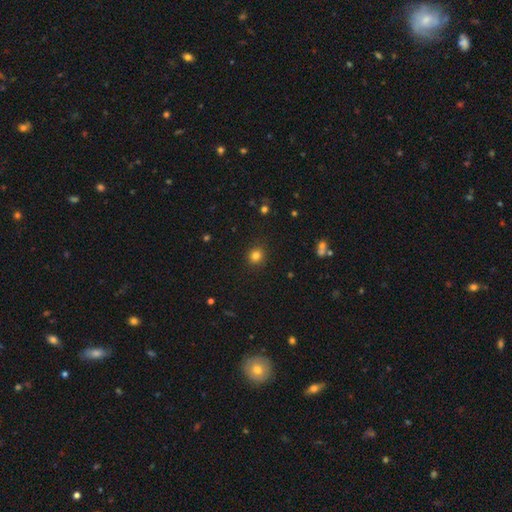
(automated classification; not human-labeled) Q: Smooth or featured?
A: smooth (81%); runner-up: star or artifact (13%)
Q: How rounded?
A: round (87%); runner-up: in between (12%)
Q: Merging?
A: none (90%); runner-up: minor disturbance (6%)